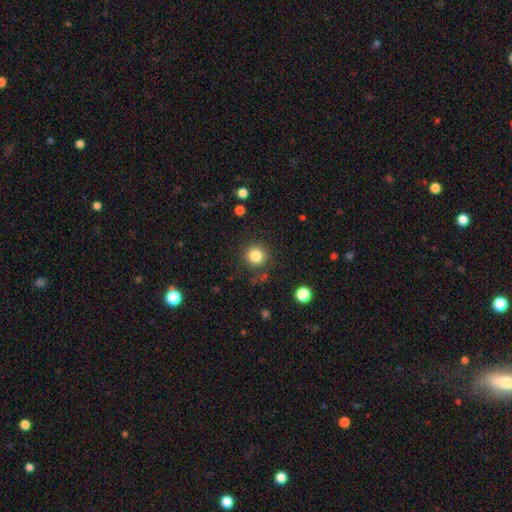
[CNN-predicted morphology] A smooth galaxy with no disk features (83%) that is round (94%).

Vote fractions:
- Smooth or featured? smooth: 83% / star or artifact: 11% / featured or disk: 5%
- How rounded? round: 94% / in between: 6% / cigar-shaped: 1%
- Merging? none: 85% / minor disturbance: 9% / major disturbance: 4% / merger: 3%